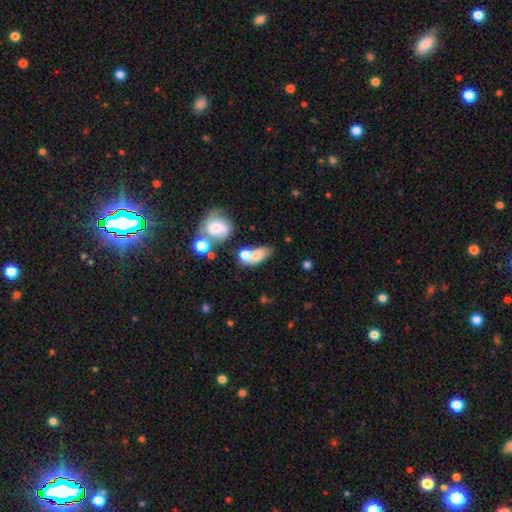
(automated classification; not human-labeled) Q: Smooth or featured?
A: smooth (69%); runner-up: featured or disk (20%)
Q: How rounded?
A: in between (74%); runner-up: round (20%)
Q: Merging?
A: merger (44%); runner-up: none (32%)